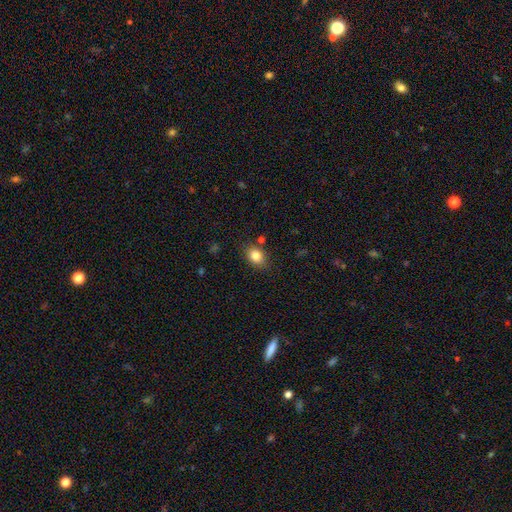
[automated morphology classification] smooth_or_featured: smooth (p=0.83) [alt: star or artifact p=0.10]
how_rounded: in between (p=0.62) [alt: round p=0.37]
merging: none (p=0.81) [alt: minor disturbance p=0.12]